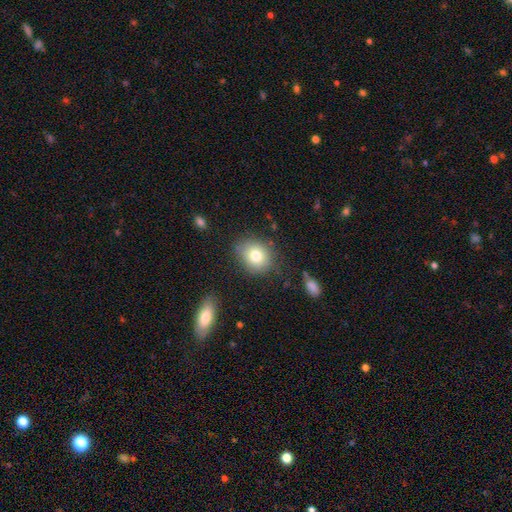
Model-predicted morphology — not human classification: A smooth galaxy with no disk features (79%) that is round (64%).

Vote fractions:
- Smooth or featured? smooth: 79% / featured or disk: 12% / star or artifact: 10%
- How rounded? round: 64% / in between: 35% / cigar-shaped: 1%
- Merging? none: 79% / minor disturbance: 14% / major disturbance: 4% / merger: 2%